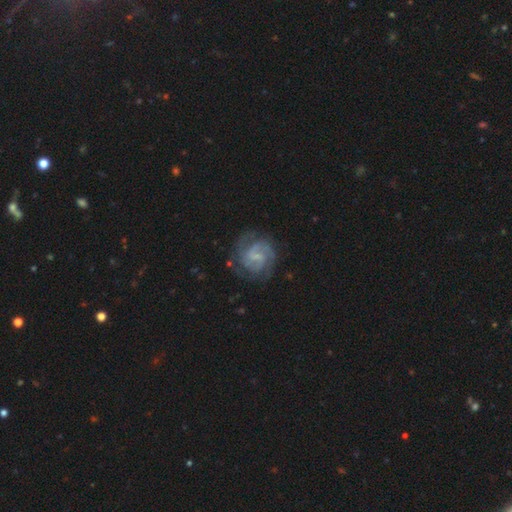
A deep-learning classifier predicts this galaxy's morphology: Smooth or featured?
  - featured or disk: 84% *
  - smooth: 11%
  - star or artifact: 6%
Edge-on disk?
  - no: 98% *
  - yes: 2%
Bar?
  - weak: 58% *
  - no: 26%
  - strong: 16%
Spiral arms?
  - yes: 96% *
  - no: 4%
Spiral winding?
  - tight: 47% *
  - medium: 43%
  - loose: 10%
Spiral arm count?
  - 2: 60% *
  - can't tell: 15%
  - 3: 15%
  - 4: 4%
  - 1: 3%
  - more than 4: 3%
Bulge size?
  - small: 54% *
  - none: 28%
  - moderate: 15%
  - large: 2%
  - dominant: 1%
Merging?
  - none: 73% *
  - minor disturbance: 17%
  - major disturbance: 9%
  - merger: 2%